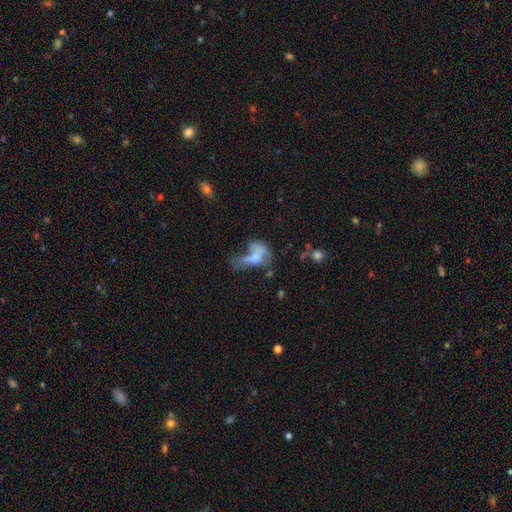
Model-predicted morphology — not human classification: smooth 48%, featured or disk 39%, star or artifact 14%. Down the decision tree: merging — major disturbance (38%).